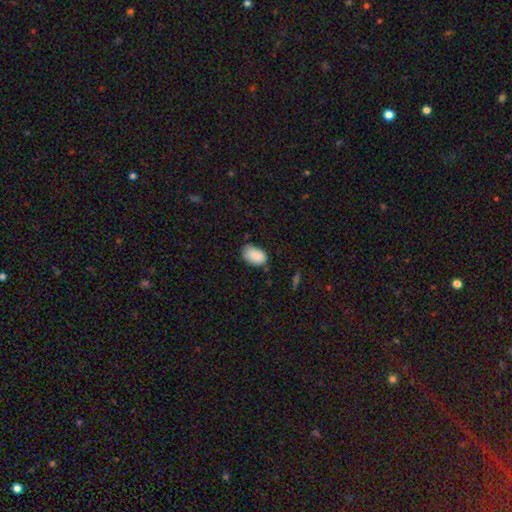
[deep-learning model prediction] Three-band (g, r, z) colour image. It shows a smooth galaxy with no disk features (88%) that is in between round and cigar-shaped (91%). Merging: none (69%).